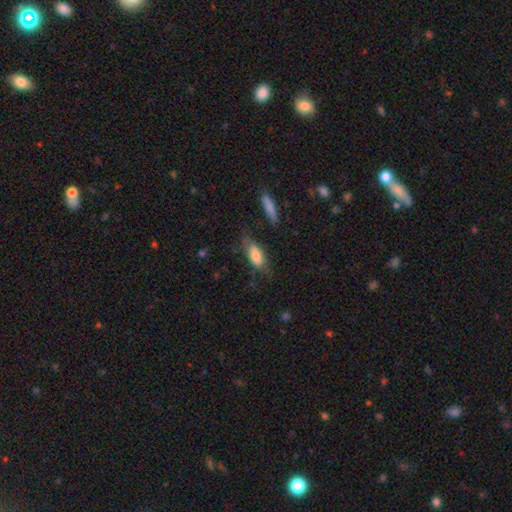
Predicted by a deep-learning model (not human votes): A smooth galaxy with no disk features (77%) that is in between round and cigar-shaped (78%).

Vote fractions:
- Smooth or featured? smooth: 77% / featured or disk: 16% / star or artifact: 7%
- How rounded? in between: 78% / cigar-shaped: 19% / round: 3%
- Merging? none: 58% / minor disturbance: 26% / major disturbance: 12% / merger: 4%